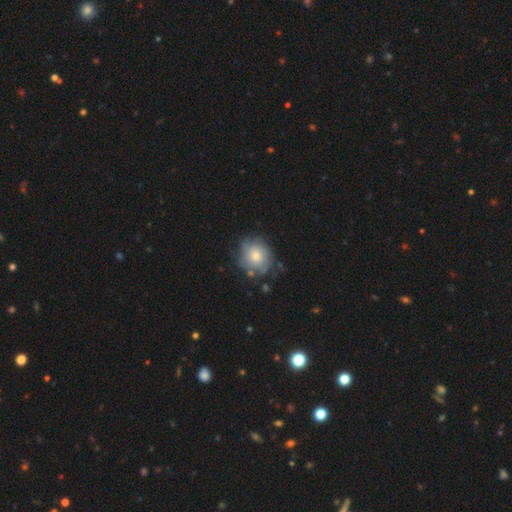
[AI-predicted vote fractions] Morphology: type=featured or disk (48%); merging=none (61%).